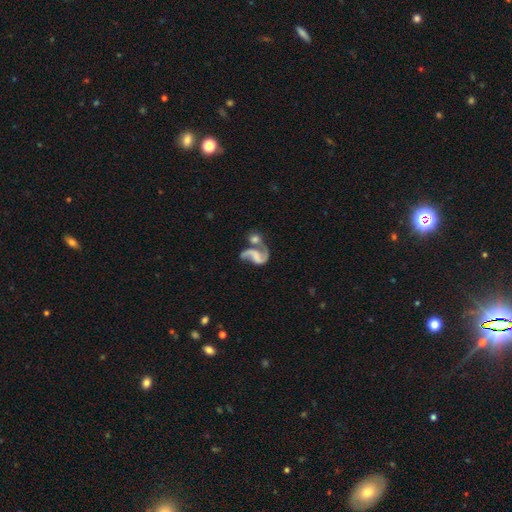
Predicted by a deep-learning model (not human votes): Smooth or featured?
  - featured or disk: 84% *
  - smooth: 10%
  - star or artifact: 7%
Edge-on disk?
  - no: 98% *
  - yes: 2%
Bar?
  - no: 47% *
  - weak: 37%
  - strong: 16%
Spiral arms?
  - yes: 93% *
  - no: 7%
Spiral winding?
  - loose: 61% *
  - medium: 32%
  - tight: 7%
Spiral arm count?
  - 2: 84% *
  - 1: 10%
  - can't tell: 2%
  - 3: 1%
  - 4: 1%
  - more than 4: 1%
Bulge size?
  - none: 53% *
  - small: 25%
  - moderate: 15%
  - large: 5%
  - dominant: 2%
Merging?
  - merger: 39% *
  - none: 32%
  - major disturbance: 15%
  - minor disturbance: 13%